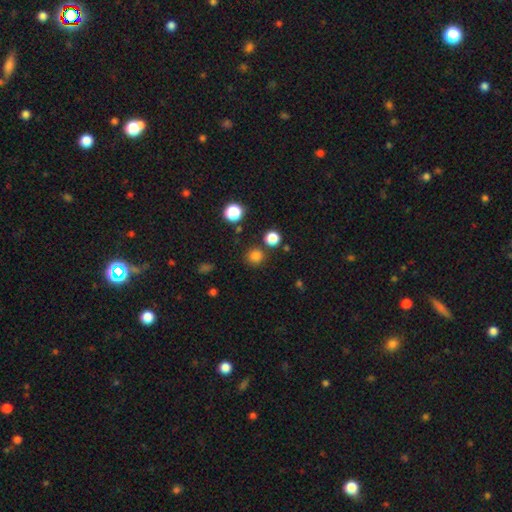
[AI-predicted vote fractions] Q: Smooth or featured?
A: smooth (80%); runner-up: star or artifact (16%)
Q: How rounded?
A: round (92%); runner-up: in between (7%)
Q: Merging?
A: none (82%); runner-up: minor disturbance (8%)